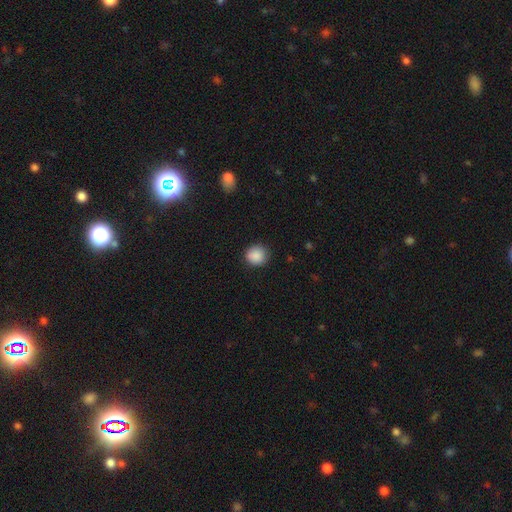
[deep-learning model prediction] A smooth galaxy with no disk features (88%) that is round (90%).

Vote fractions:
- Smooth or featured? smooth: 88% / star or artifact: 8% / featured or disk: 3%
- How rounded? round: 90% / in between: 9% / cigar-shaped: 1%
- Merging? none: 87% / minor disturbance: 10% / major disturbance: 2% / merger: 1%